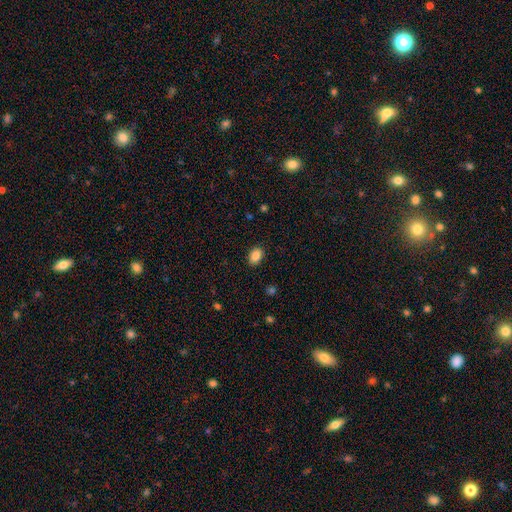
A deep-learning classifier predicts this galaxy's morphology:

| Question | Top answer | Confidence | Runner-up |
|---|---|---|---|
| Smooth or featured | smooth | 87% | star or artifact (9%) |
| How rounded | in between | 79% | round (20%) |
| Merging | none | 88% | minor disturbance (8%) |